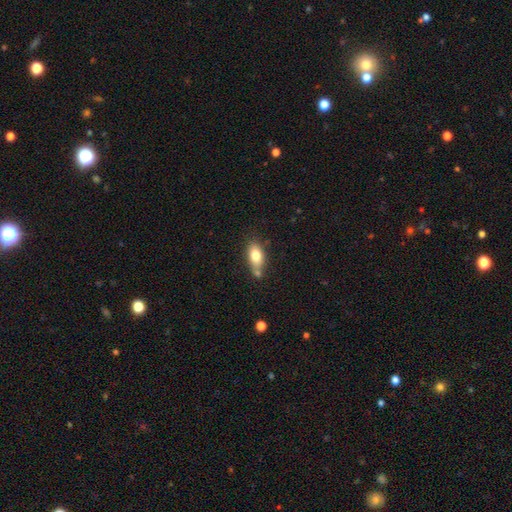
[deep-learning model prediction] A smooth galaxy with no disk features (78%) that is in between round and cigar-shaped (86%).

Vote fractions:
- Smooth or featured? smooth: 78% / featured or disk: 14% / star or artifact: 8%
- How rounded? in between: 86% / cigar-shaped: 7% / round: 7%
- Merging? none: 56% / minor disturbance: 20% / merger: 19% / major disturbance: 5%